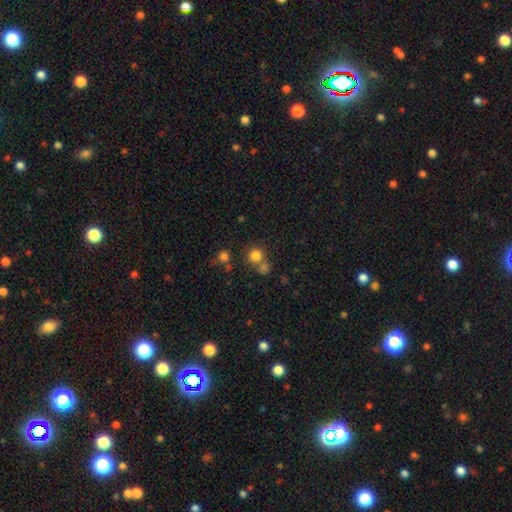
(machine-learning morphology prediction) Smooth or featured?
  - smooth: 78% *
  - star or artifact: 15%
  - featured or disk: 7%
How rounded?
  - round: 89% *
  - in between: 10%
  - cigar-shaped: 1%
Merging?
  - none: 59% *
  - merger: 30%
  - minor disturbance: 8%
  - major disturbance: 4%